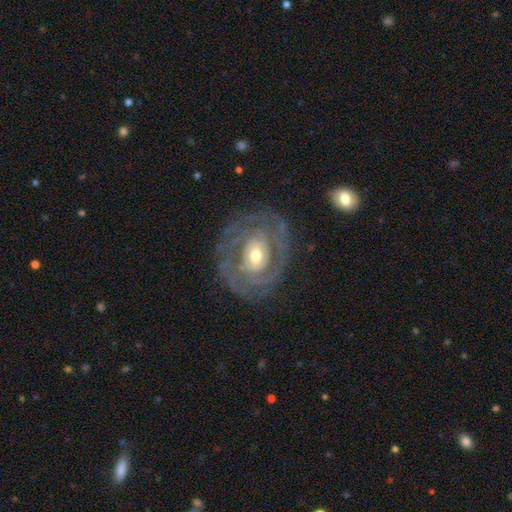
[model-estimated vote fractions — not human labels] smooth-or-featured: featured or disk: 84% | smooth: 11% | star or artifact: 5%
  disk-edge-on: no: 97% | yes: 3%
    bar: no: 52% | weak: 35% | strong: 13%
    has-spiral-arms: yes: 86% | no: 14%
      spiral-winding: tight: 69% | medium: 23% | loose: 7%
      spiral-arm-count: can't tell: 37% | 2: 28% | 3: 16% | 4: 7% | 1: 6% | more than 4: 6%
    bulge-size: moderate: 66% | small: 22% | large: 9% | dominant: 1% | none: 1%
  merging: none: 75% | minor disturbance: 15% | major disturbance: 8% | merger: 1%